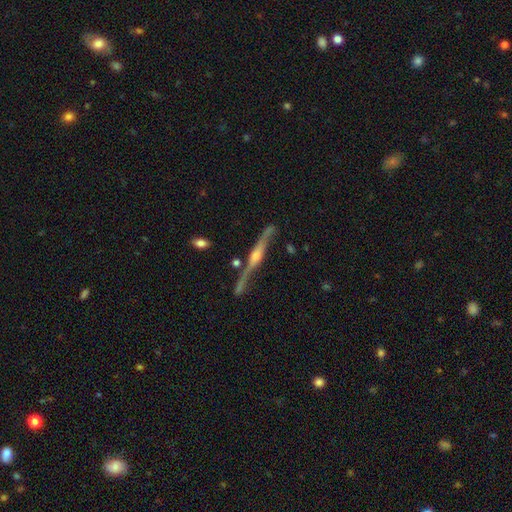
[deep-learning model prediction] smooth-or-featured: featured or disk: 86% | smooth: 8% | star or artifact: 6%
  disk-edge-on: yes: 96% | no: 4%
    edge-on-bulge: rounded: 83% | boxy: 10% | none: 7%
  merging: none: 73% | minor disturbance: 16% | merger: 6% | major disturbance: 5%